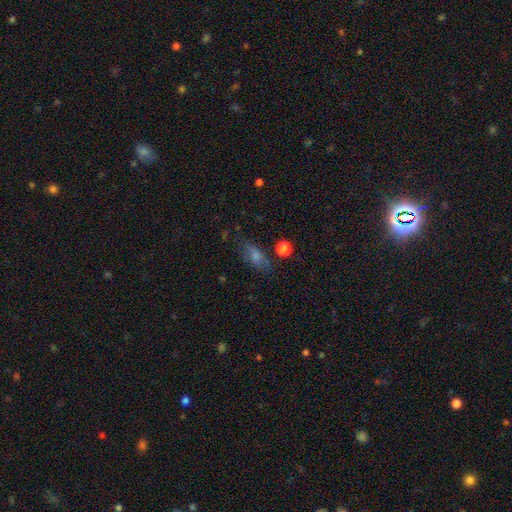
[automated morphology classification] A smooth galaxy with no disk features (50%) that is in between round and cigar-shaped (66%).

Vote fractions:
- Smooth or featured? smooth: 50% / featured or disk: 25% / star or artifact: 25%
- How rounded? in between: 66% / cigar-shaped: 22% / round: 12%
- Merging? none: 73% / minor disturbance: 17% / major disturbance: 7% / merger: 4%